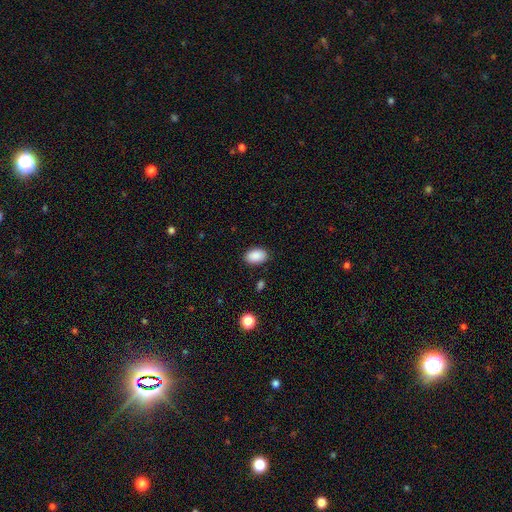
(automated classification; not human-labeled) Q: Smooth or featured?
A: smooth (90%); runner-up: star or artifact (7%)
Q: How rounded?
A: in between (89%); runner-up: round (10%)
Q: Merging?
A: none (87%); runner-up: minor disturbance (10%)